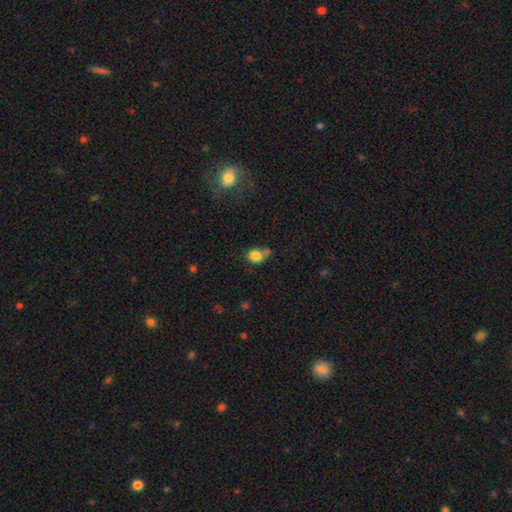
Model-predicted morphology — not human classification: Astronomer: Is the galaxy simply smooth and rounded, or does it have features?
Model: smooth — 83%.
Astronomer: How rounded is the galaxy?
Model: round — 66%.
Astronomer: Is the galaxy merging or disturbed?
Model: none — 49%.